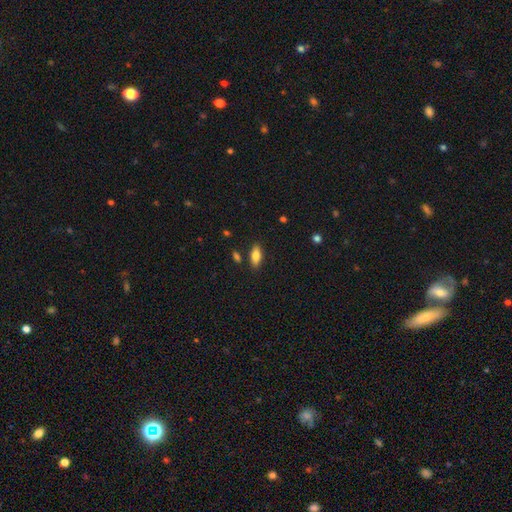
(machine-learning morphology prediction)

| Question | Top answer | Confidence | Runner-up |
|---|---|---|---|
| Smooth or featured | smooth | 80% | featured or disk (12%) |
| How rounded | in between | 83% | cigar-shaped (14%) |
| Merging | none | 83% | minor disturbance (10%) |